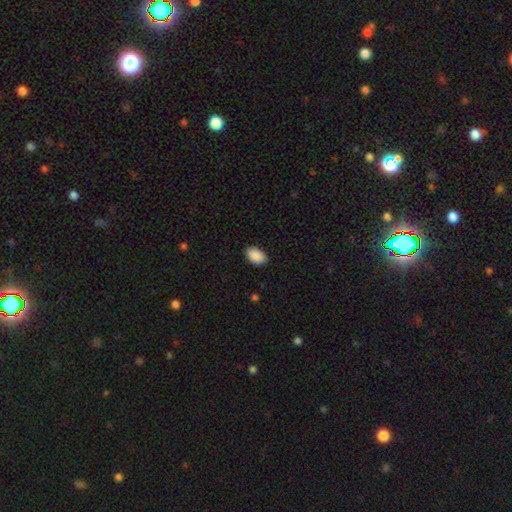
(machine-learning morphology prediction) A smooth galaxy with no disk features (91%) that is in between round and cigar-shaped (92%). Merging: none (87%).